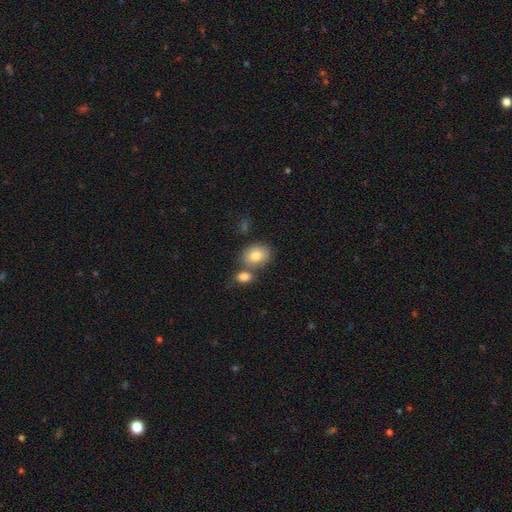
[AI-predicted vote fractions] Smooth or featured: smooth — 80% (featured or disk — 11%)
How rounded: in between — 58% (round — 41%)
Merging: none — 55% (merger — 31%)